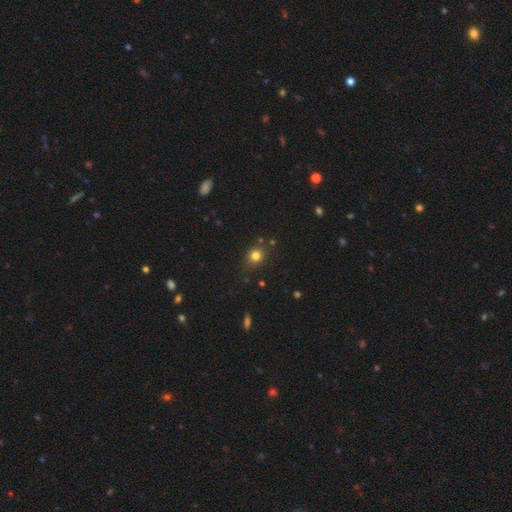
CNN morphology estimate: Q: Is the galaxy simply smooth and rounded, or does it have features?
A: smooth — 79%.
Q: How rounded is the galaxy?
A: round — 75%.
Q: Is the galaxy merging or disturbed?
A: none — 80%.